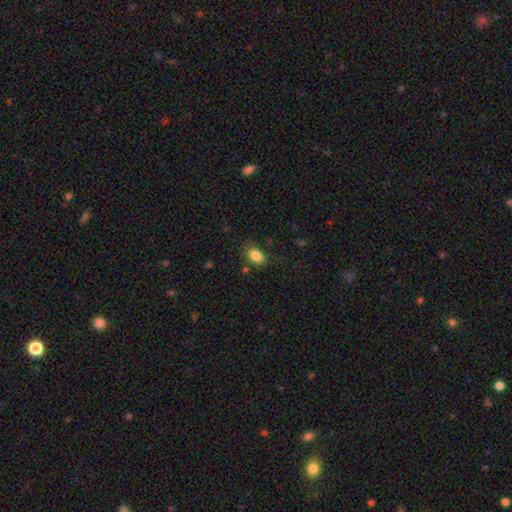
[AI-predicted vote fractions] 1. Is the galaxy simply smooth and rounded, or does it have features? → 85% smooth, 9% star or artifact, 6% featured or disk.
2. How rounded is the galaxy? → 82% in between, 17% round, 1% cigar-shaped.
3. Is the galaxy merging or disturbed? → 77% none, 16% minor disturbance, 4% major disturbance, 3% merger.